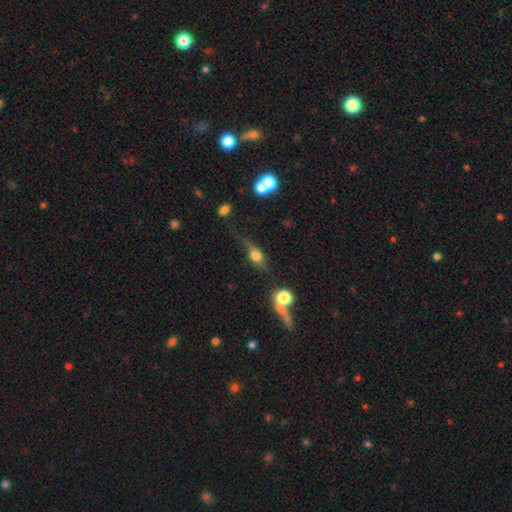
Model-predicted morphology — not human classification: smooth-or-featured: smooth: 45% | featured or disk: 44% | star or artifact: 11%
  merging: none: 45% | minor disturbance: 26% | major disturbance: 20% | merger: 9%